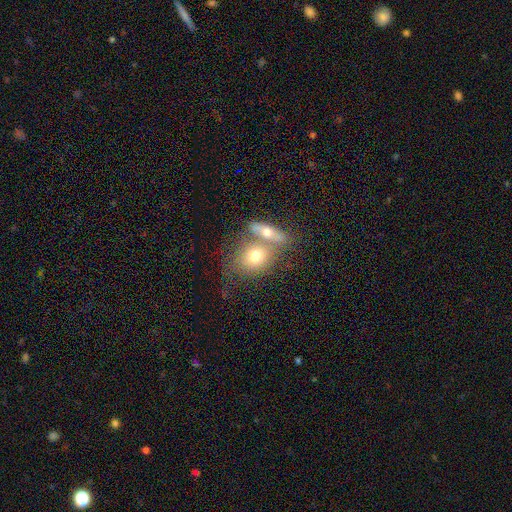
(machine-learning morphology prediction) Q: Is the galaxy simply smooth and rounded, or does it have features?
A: smooth — 67%.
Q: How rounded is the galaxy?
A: in between — 52%.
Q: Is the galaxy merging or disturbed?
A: merger — 51%.